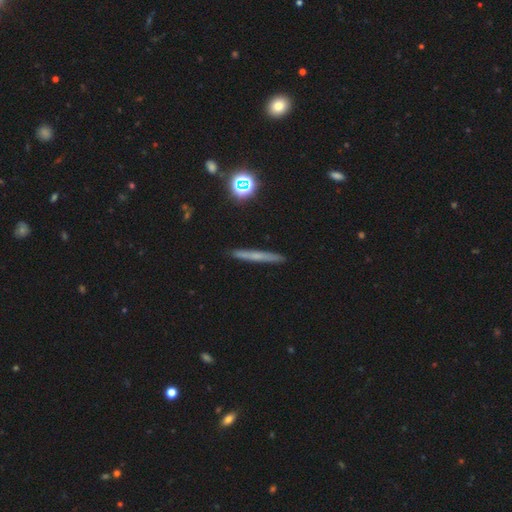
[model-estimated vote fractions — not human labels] Smooth or featured? smooth (50%)
Merging? none (91%)